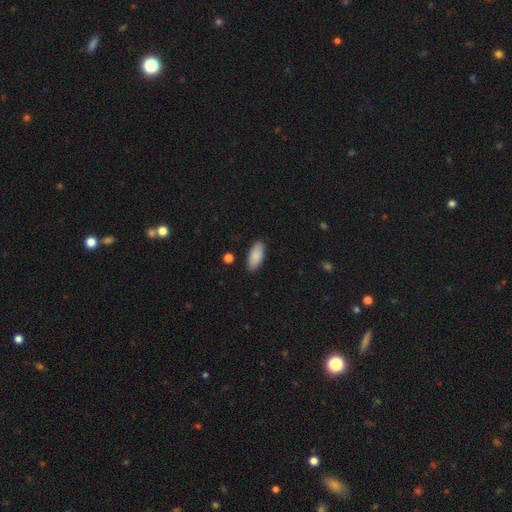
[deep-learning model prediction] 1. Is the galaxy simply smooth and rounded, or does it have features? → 88% smooth, 6% featured or disk, 6% star or artifact.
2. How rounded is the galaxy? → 84% in between, 14% cigar-shaped, 2% round.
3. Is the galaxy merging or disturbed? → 87% none, 9% minor disturbance, 2% major disturbance, 2% merger.